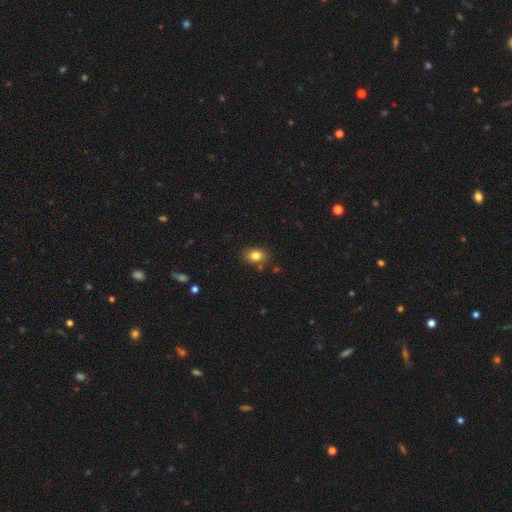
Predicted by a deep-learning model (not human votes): smooth-or-featured: smooth: 82% | star or artifact: 10% | featured or disk: 8%
  how-rounded: in between: 69% | round: 29% | cigar-shaped: 1%
  merging: none: 78% | minor disturbance: 14% | merger: 5% | major disturbance: 3%